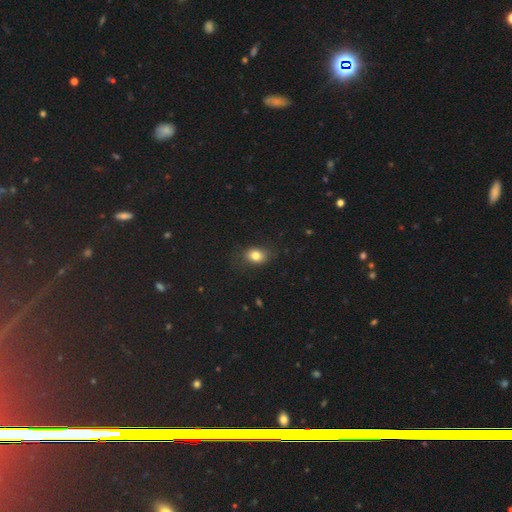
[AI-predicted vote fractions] Smooth or featured?
  - smooth: 81% *
  - star or artifact: 11%
  - featured or disk: 8%
How rounded?
  - in between: 64% *
  - round: 35%
  - cigar-shaped: 1%
Merging?
  - none: 79% *
  - minor disturbance: 15%
  - major disturbance: 4%
  - merger: 1%